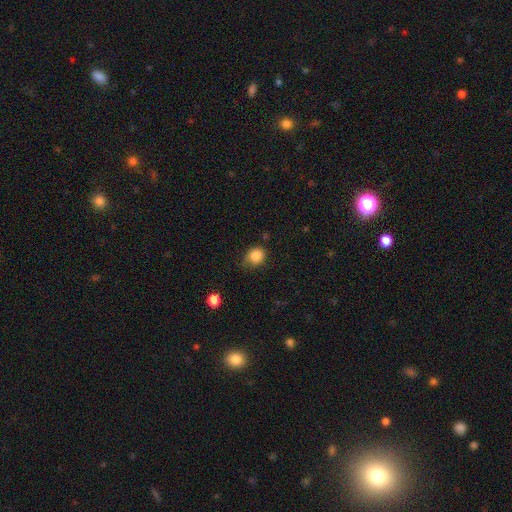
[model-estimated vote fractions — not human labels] The model was most divided on "how rounded": round: 68%, in between: 31%, cigar-shaped: 1%. More confident: smooth or featured — smooth (84%); merging — none (66%).